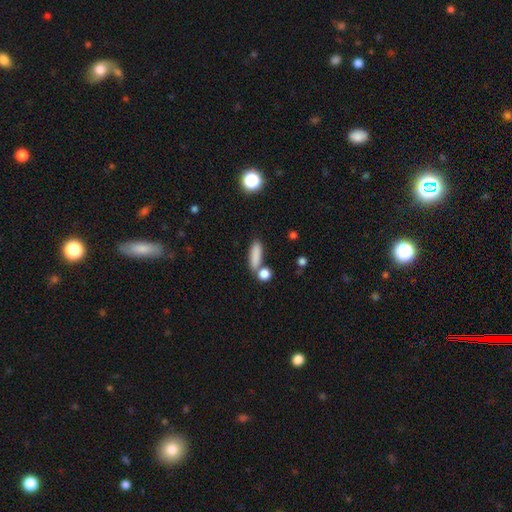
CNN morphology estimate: smooth-or-featured: smooth: 84% | star or artifact: 9% | featured or disk: 7%
  how-rounded: cigar-shaped: 49% | in between: 46% | round: 6%
  merging: none: 67% | merger: 17% | minor disturbance: 12% | major disturbance: 4%